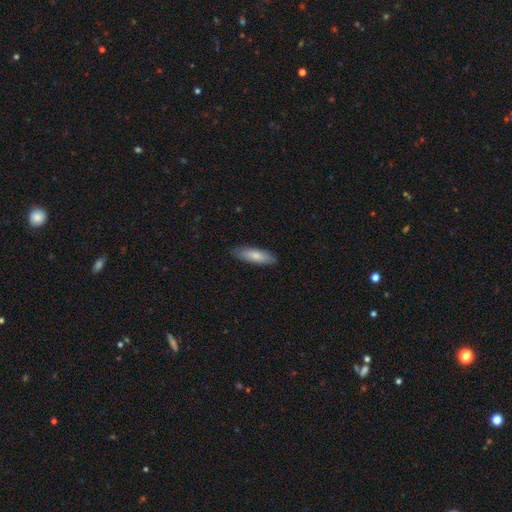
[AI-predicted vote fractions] A smooth galaxy with no disk features (78%) that is cigar-shaped (49%, tied with in between). Merging: none (84%).